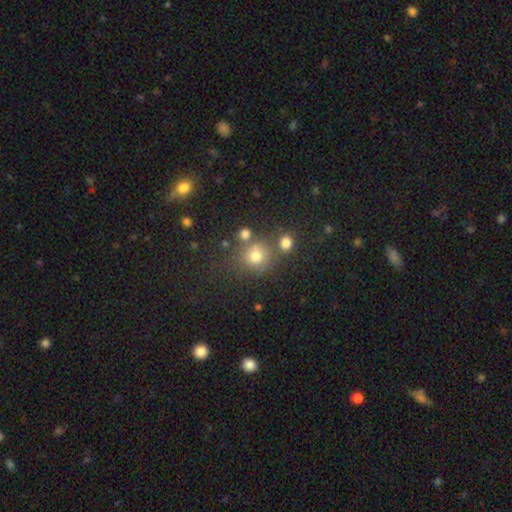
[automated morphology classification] A smooth galaxy with no disk features (72%) that is round (85%).

Vote fractions:
- Smooth or featured? smooth: 72% / star or artifact: 19% / featured or disk: 9%
- How rounded? round: 85% / in between: 14% / cigar-shaped: 1%
- Merging? none: 66% / merger: 17% / minor disturbance: 12% / major disturbance: 5%